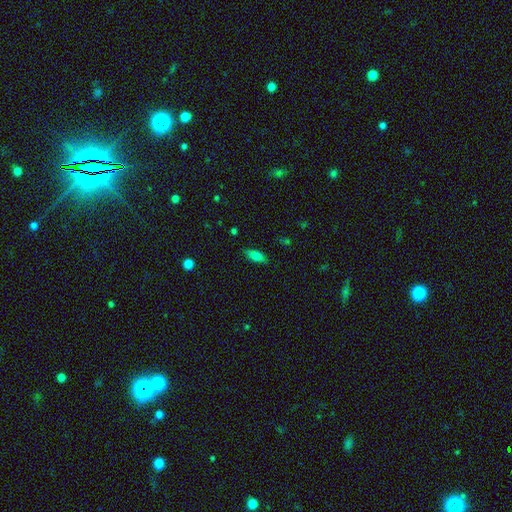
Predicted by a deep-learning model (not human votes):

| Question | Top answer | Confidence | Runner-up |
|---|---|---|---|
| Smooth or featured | smooth | 75% | featured or disk (15%) |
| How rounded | in between | 75% | cigar-shaped (23%) |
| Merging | none | 85% | minor disturbance (11%) |